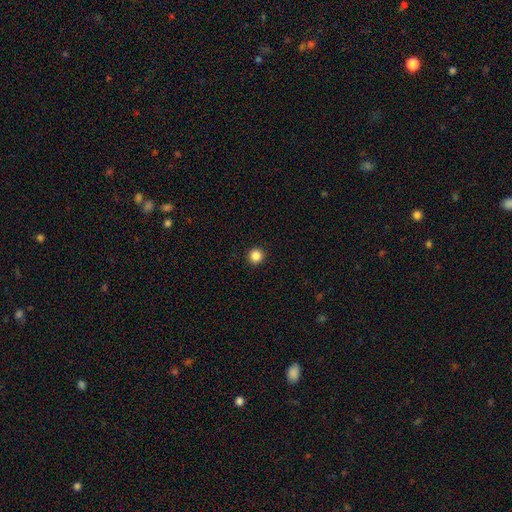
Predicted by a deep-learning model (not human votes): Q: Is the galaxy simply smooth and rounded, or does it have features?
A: smooth — 86%.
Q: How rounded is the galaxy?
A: round — 95%.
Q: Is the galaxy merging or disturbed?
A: none — 93%.